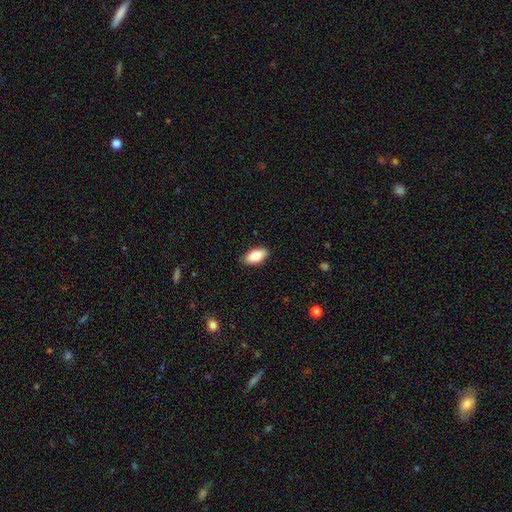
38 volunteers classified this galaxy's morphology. Volunteers were most divided on "smooth or featured": smooth: 82%, featured or disk: 16%, star or artifact: 3%. More confident: merging — none (92%); how rounded — in between (87%).